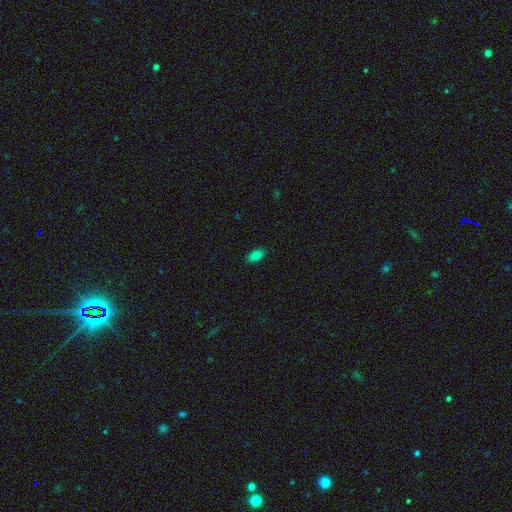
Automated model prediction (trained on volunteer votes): The model was most divided on "smooth or featured": smooth: 80%, star or artifact: 11%, featured or disk: 10%. More confident: how rounded — in between (89%); merging — none (88%).